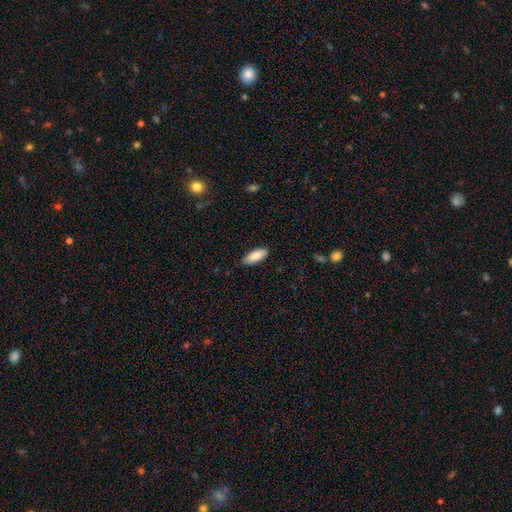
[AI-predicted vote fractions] Smooth or featured? smooth (85%)
How rounded? in between (77%)
Merging? none (85%)